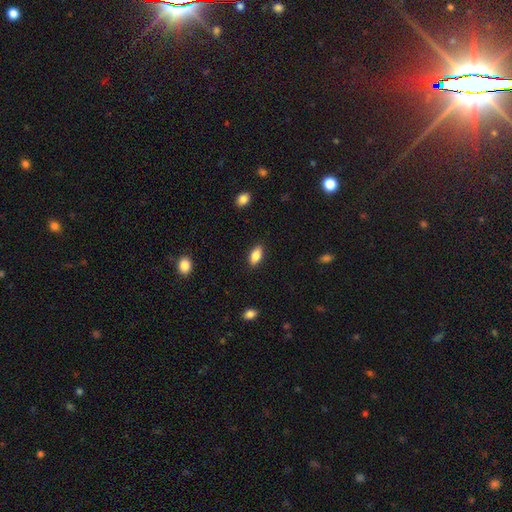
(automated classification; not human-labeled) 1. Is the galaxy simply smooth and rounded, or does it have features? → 83% smooth, 9% featured or disk, 7% star or artifact.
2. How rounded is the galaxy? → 90% in between, 6% cigar-shaped, 4% round.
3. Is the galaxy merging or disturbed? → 87% none, 10% minor disturbance, 2% major disturbance, 1% merger.